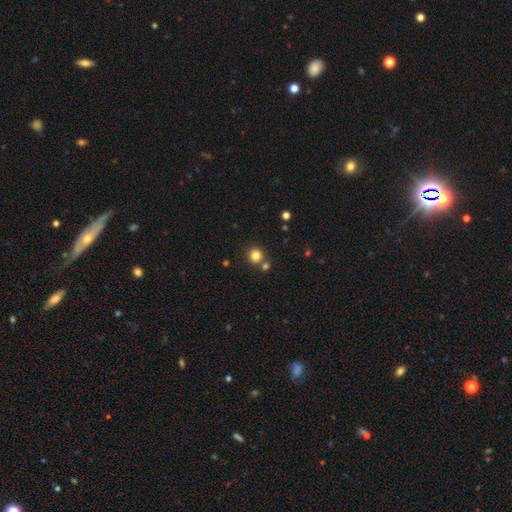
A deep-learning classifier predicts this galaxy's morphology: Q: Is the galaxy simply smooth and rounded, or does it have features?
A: smooth — 82%.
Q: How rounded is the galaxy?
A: round — 92%.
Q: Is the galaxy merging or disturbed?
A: none — 76%.